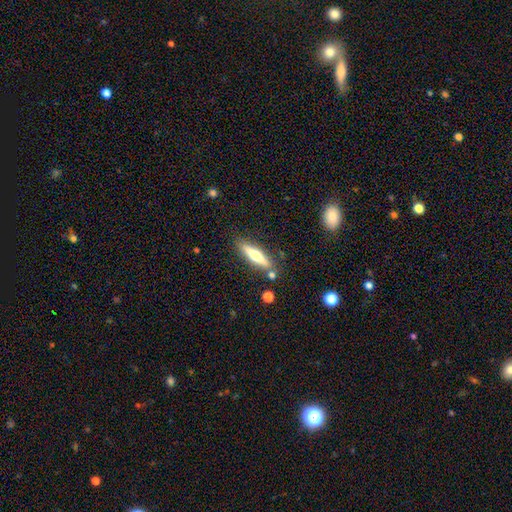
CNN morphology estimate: A smooth galaxy with no disk features (50%).

Vote fractions:
- Smooth or featured? smooth: 50% / featured or disk: 44% / star or artifact: 6%
- Merging? none: 81% / minor disturbance: 11% / merger: 5% / major disturbance: 3%